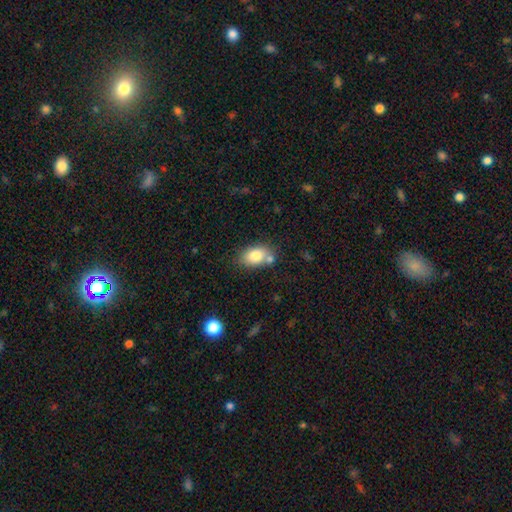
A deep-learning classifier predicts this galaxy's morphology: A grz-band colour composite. It shows a smooth galaxy with no disk features (81%) that is in between round and cigar-shaped (86%). Merging: none (64%).